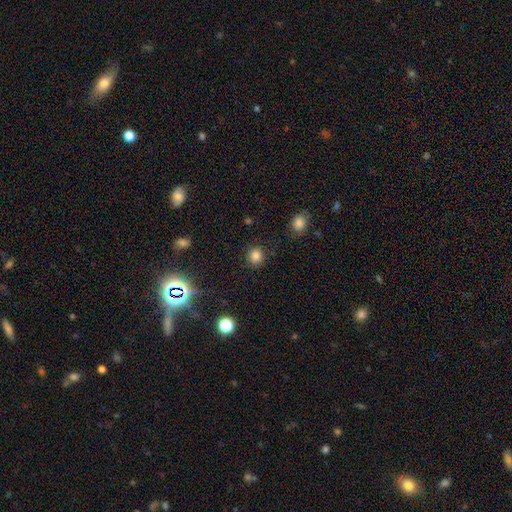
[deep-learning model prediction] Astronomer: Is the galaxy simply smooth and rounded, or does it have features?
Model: smooth — 80%.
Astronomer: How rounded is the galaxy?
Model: round — 87%.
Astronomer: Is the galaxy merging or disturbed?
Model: none — 88%.